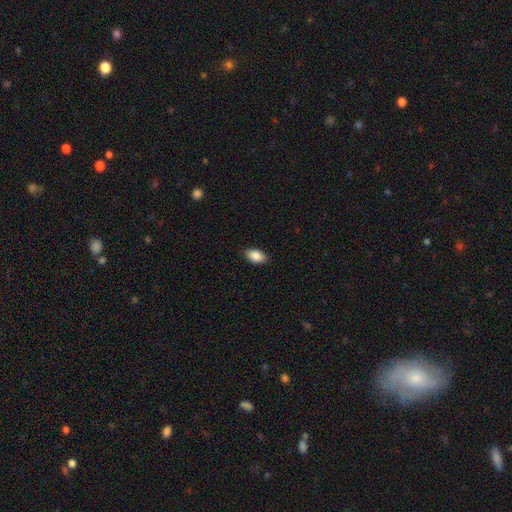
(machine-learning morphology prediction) Smooth or featured?
  - smooth: 88% *
  - star or artifact: 7%
  - featured or disk: 5%
How rounded?
  - in between: 92% *
  - round: 6%
  - cigar-shaped: 2%
Merging?
  - none: 87% *
  - minor disturbance: 10%
  - major disturbance: 2%
  - merger: 1%